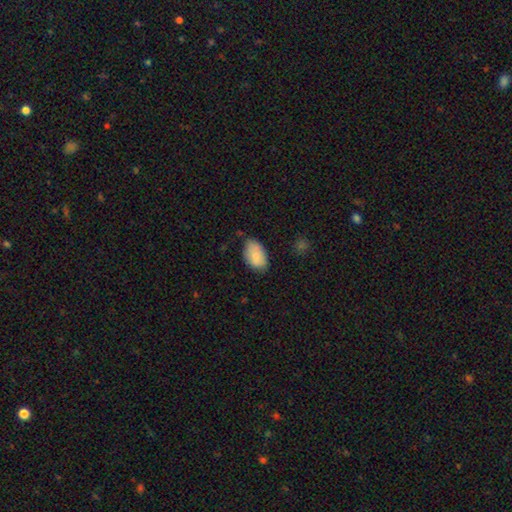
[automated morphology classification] Smooth or featured? Predicted: smooth (p=0.85). How rounded? Predicted: in between (p=0.92). Merging? Predicted: none (p=0.67).